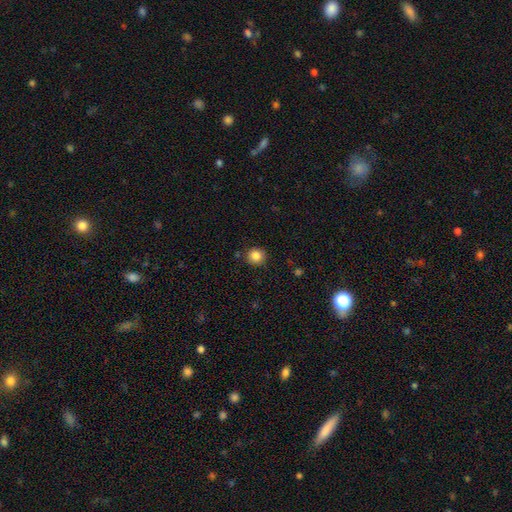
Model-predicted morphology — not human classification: This is clearly a smooth galaxy (85%). How rounded: clearly round (91%). Merging: clearly none (87%).